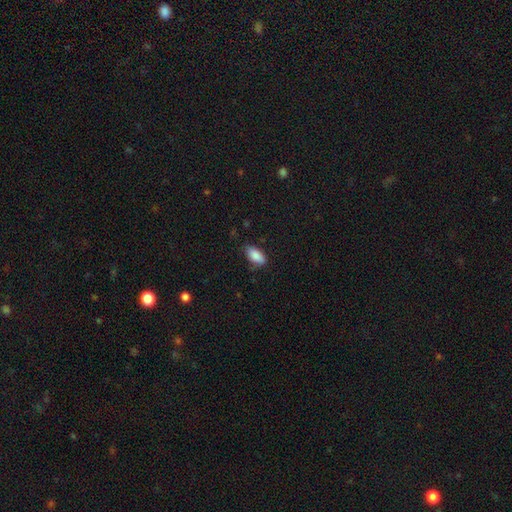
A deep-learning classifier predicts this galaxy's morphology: Smooth or featured? Predicted: smooth (p=0.87). How rounded? Predicted: in between (p=0.92). Merging? Predicted: none (p=0.74).